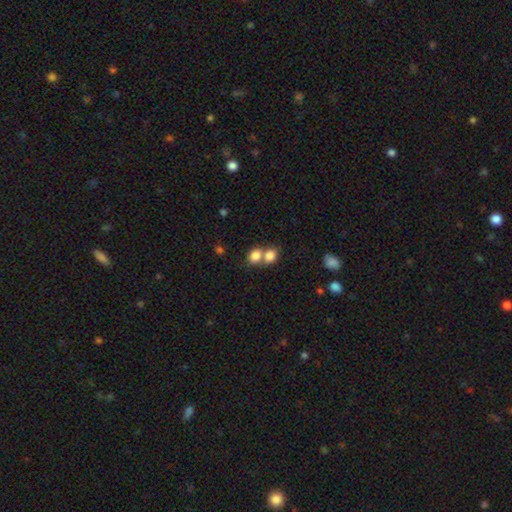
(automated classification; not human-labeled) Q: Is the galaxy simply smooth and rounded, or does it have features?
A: smooth — 82%.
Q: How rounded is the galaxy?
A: round — 56%.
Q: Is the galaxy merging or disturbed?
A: merger — 59%.